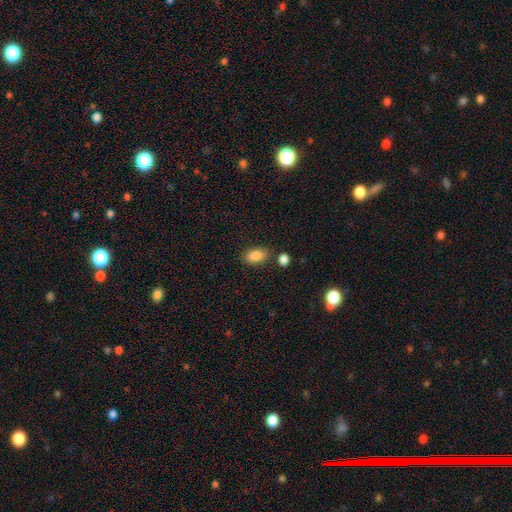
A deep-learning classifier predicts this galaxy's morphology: The model was most divided on "merging": none: 80%, minor disturbance: 11%, merger: 6%, major disturbance: 3%. More confident: how rounded — in between (89%); smooth or featured — smooth (86%).